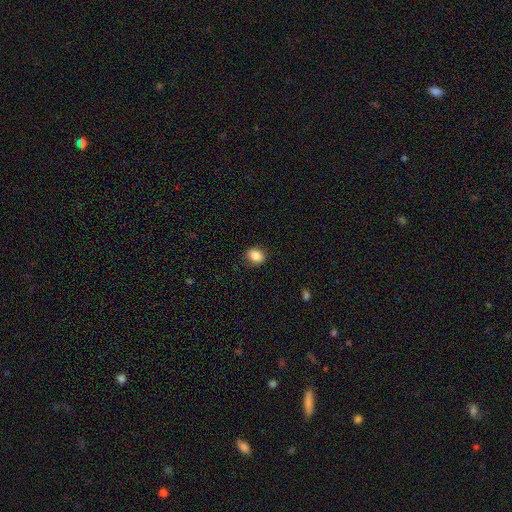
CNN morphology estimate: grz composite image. It shows a smooth galaxy with no disk features (87%) that is in between round and cigar-shaped (53%). Merging: none (87%).